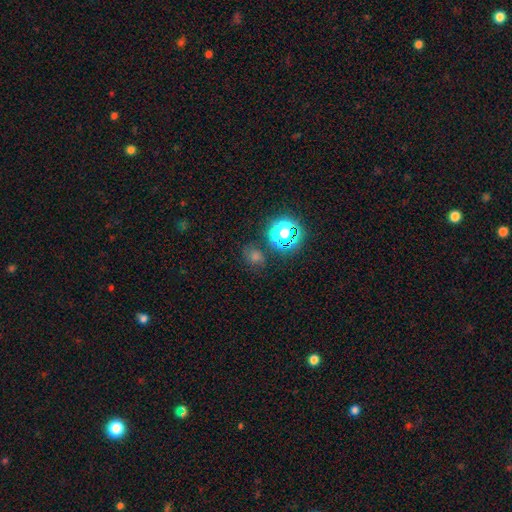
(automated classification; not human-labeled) Smooth or featured?
  - smooth: 47% *
  - star or artifact: 43%
  - featured or disk: 10%
Merging?
  - none: 77% *
  - minor disturbance: 13%
  - major disturbance: 5%
  - merger: 5%